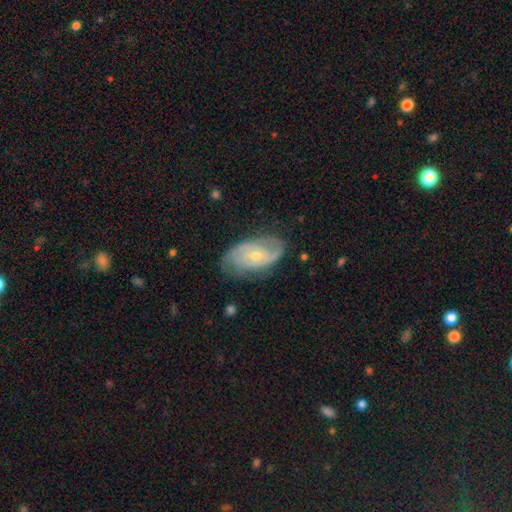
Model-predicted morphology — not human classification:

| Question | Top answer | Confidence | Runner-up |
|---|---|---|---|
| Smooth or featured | featured or disk | 75% | smooth (18%) |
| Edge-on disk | no | 94% | yes (6%) |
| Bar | no | 73% | weak (22%) |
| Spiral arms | yes | 87% | no (13%) |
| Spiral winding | tight | 50% | medium (35%) |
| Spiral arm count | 2 | 50% | can't tell (30%) |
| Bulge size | small | 53% | moderate (44%) |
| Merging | none | 69% | minor disturbance (22%) |